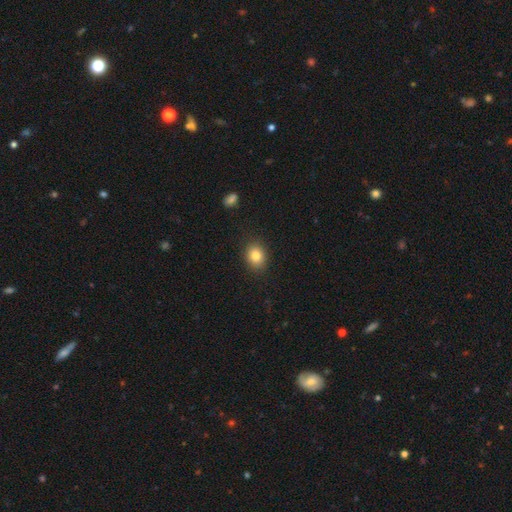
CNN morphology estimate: Smooth or featured: smooth — 83% (star or artifact — 10%)
How rounded: round — 51% (in between — 48%)
Merging: none — 88% (minor disturbance — 9%)